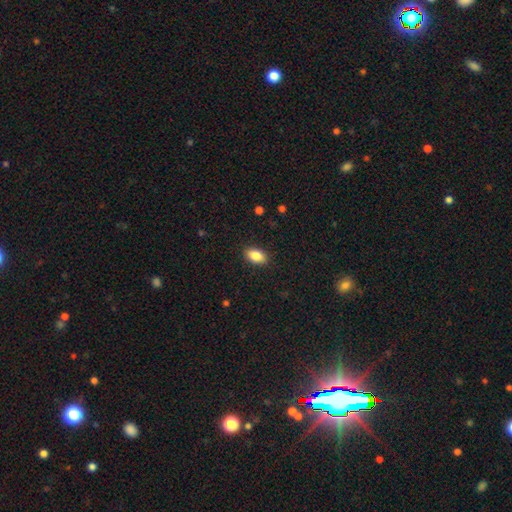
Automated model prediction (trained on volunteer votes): Overall: smooth (86%). How rounded: in between (91%). Merging: none (89%).